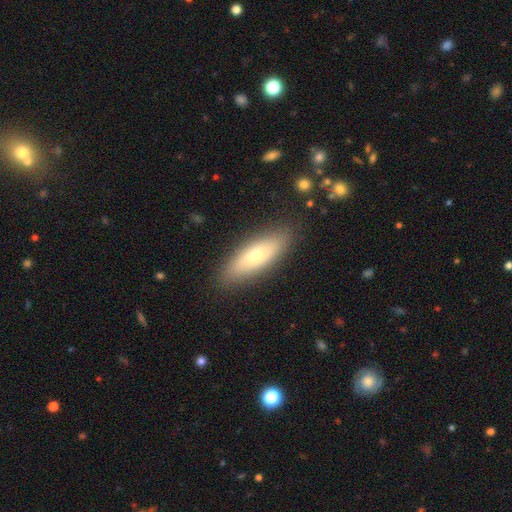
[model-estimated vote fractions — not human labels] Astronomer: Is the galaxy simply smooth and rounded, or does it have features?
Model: smooth — 64%.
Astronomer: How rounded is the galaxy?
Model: in between — 60% (runner-up: cigar-shaped, 37%).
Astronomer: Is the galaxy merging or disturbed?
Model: none — 87%.